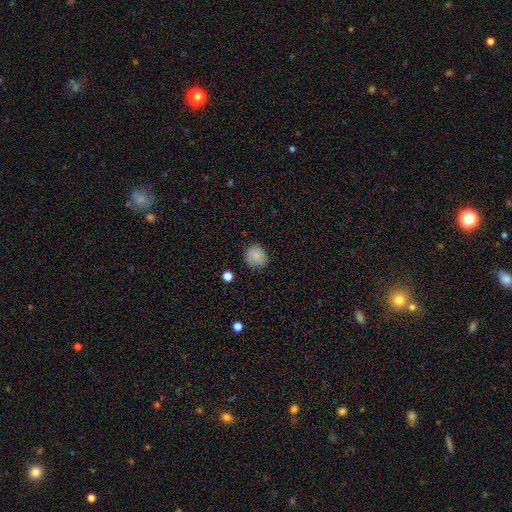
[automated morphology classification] This appears to be a smooth galaxy with no disk features (85%) that is round (86%). Merging: none (84%).